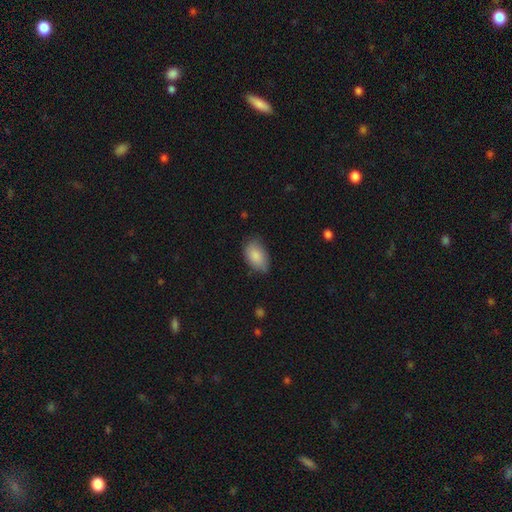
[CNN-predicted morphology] Smooth or featured?
  - smooth: 86% *
  - featured or disk: 8%
  - star or artifact: 6%
How rounded?
  - in between: 91% *
  - round: 7%
  - cigar-shaped: 1%
Merging?
  - none: 70% *
  - minor disturbance: 25%
  - major disturbance: 4%
  - merger: 1%